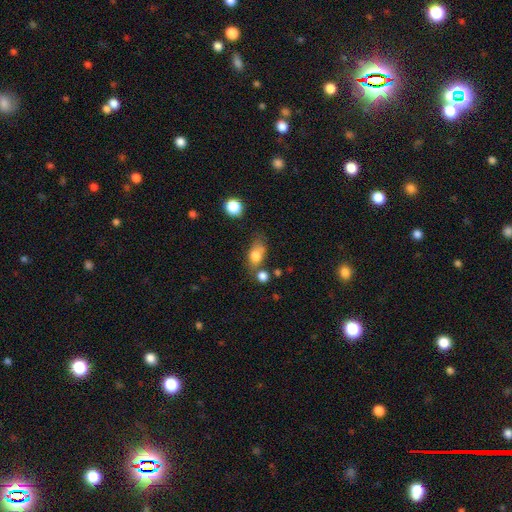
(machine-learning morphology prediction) smooth_or_featured: smooth (p=0.76) [alt: featured or disk p=0.14]
how_rounded: in between (p=0.75) [alt: round p=0.21]
merging: none (p=0.43) [alt: minor disturbance p=0.26]